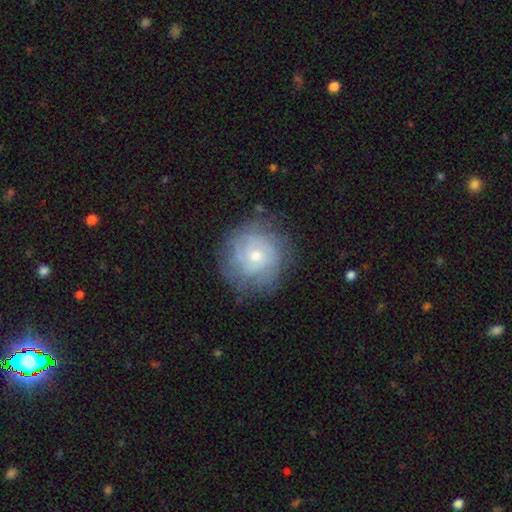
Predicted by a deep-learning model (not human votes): Morphology: type=featured or disk (69%); edge-on=no (98%); bar=no (76%); spiral arms=yes (85%); winding=tight (69%); arm count=can't tell (51%); bulge=moderate (50%); merging=none (74%).